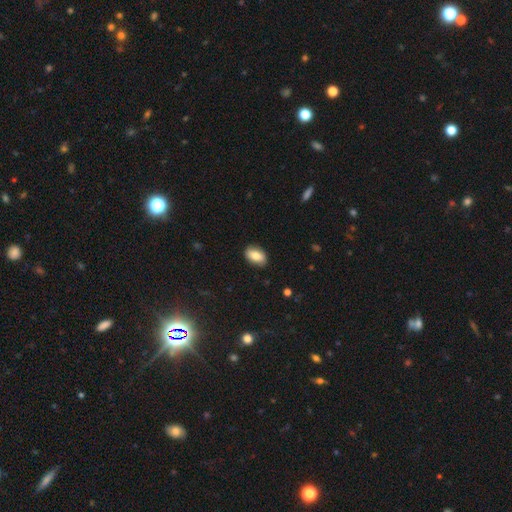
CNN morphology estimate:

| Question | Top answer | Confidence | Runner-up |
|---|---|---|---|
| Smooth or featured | smooth | 81% | featured or disk (12%) |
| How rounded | in between | 91% | round (7%) |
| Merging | none | 86% | minor disturbance (11%) |